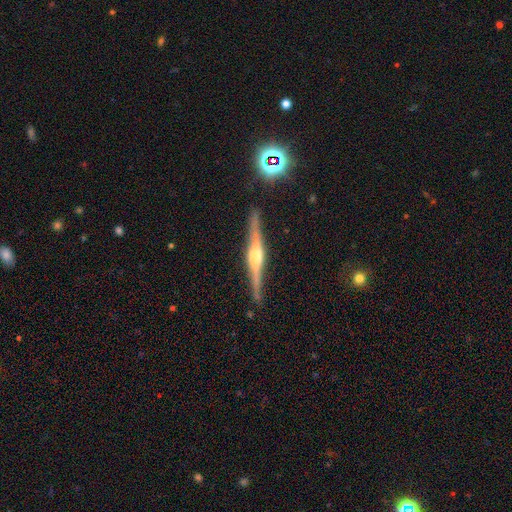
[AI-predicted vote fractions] smooth-or-featured: featured or disk: 83% | smooth: 10% | star or artifact: 6%
  disk-edge-on: yes: 98% | no: 2%
    edge-on-bulge: rounded: 79% | boxy: 16% | none: 4%
  merging: none: 89% | minor disturbance: 8% | major disturbance: 2% | merger: 2%